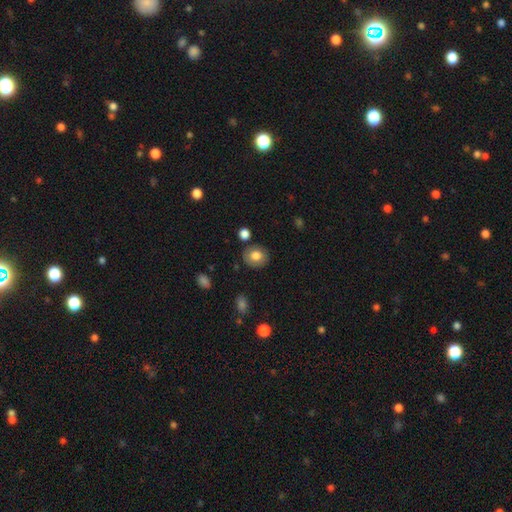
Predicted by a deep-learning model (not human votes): This is likely a smooth galaxy (75%). How rounded: likely round (65%). Merging: clearly none (82%).